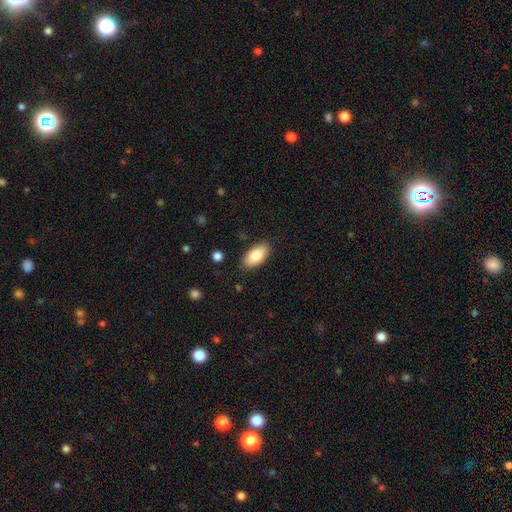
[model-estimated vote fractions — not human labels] This appears to be a smooth galaxy with no disk features (81%) that is in between round and cigar-shaped (93%). Merging: none (86%).